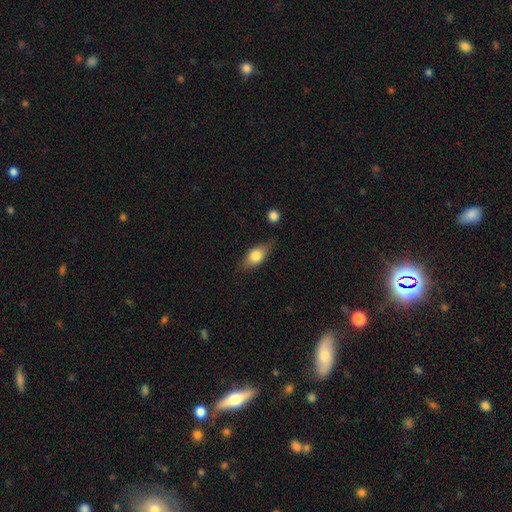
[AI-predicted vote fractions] smooth_or_featured: smooth (p=0.70) [alt: featured or disk p=0.22]
how_rounded: in between (p=0.78) [alt: cigar-shaped p=0.11]
merging: none (p=0.70) [alt: minor disturbance p=0.21]